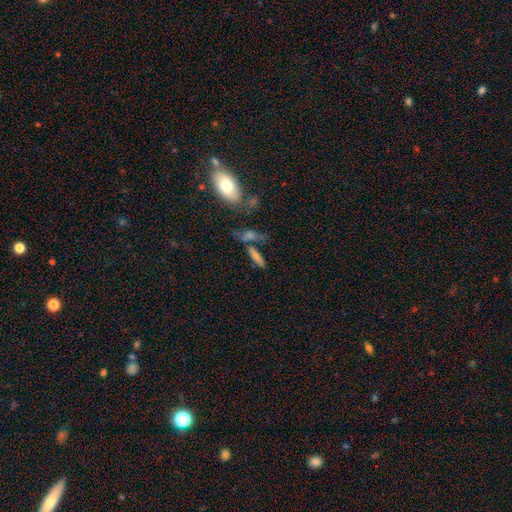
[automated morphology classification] Smooth or featured? smooth (55%)
How rounded? cigar-shaped (61%)
Merging? none (54%)